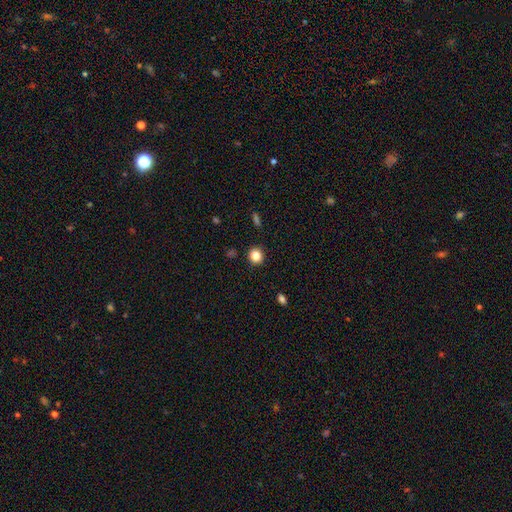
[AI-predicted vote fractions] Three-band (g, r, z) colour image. It shows a smooth galaxy with no disk features (84%) that is round (89%). Merging: none (92%).